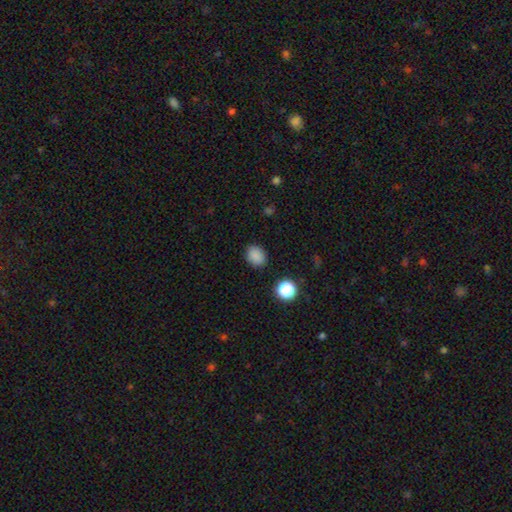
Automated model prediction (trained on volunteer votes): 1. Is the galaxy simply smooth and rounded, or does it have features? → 84% smooth, 12% star or artifact, 3% featured or disk.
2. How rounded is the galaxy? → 52% round, 47% in between, 1% cigar-shaped.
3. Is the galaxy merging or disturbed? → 87% none, 9% minor disturbance, 3% major disturbance, 2% merger.